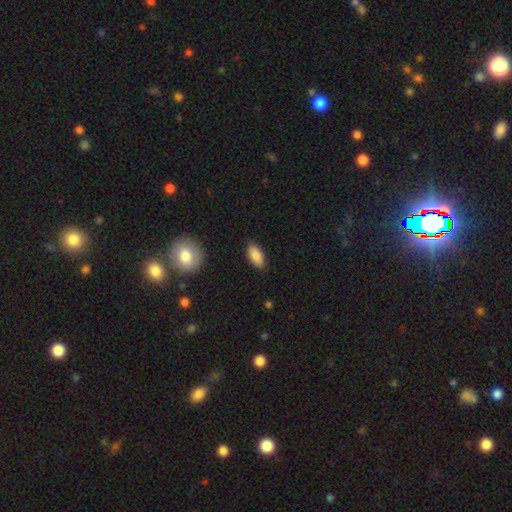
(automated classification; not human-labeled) Q: Smooth or featured?
A: smooth (86%); runner-up: featured or disk (7%)
Q: How rounded?
A: in between (90%); runner-up: cigar-shaped (8%)
Q: Merging?
A: none (84%); runner-up: minor disturbance (13%)